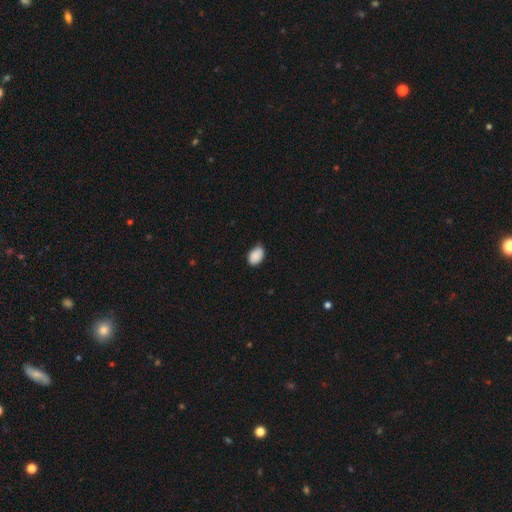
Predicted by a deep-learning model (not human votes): Overall: smooth (89%). How rounded: in between (86%). Merging: none (75%).